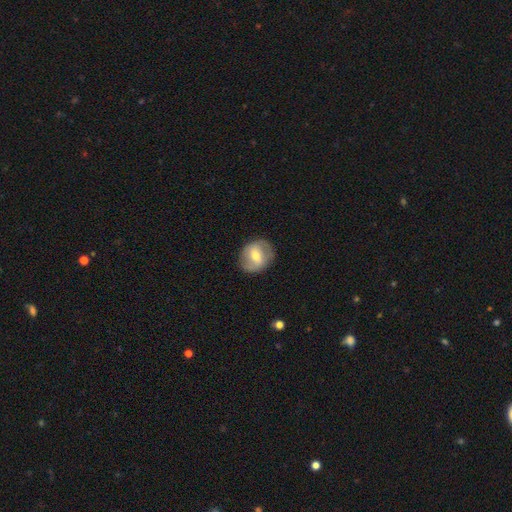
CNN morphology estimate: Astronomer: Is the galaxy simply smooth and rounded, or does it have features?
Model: featured or disk — 50% (runner-up: smooth, 43%).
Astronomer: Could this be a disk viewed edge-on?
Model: no — 95%.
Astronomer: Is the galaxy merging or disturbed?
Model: none — 83%.